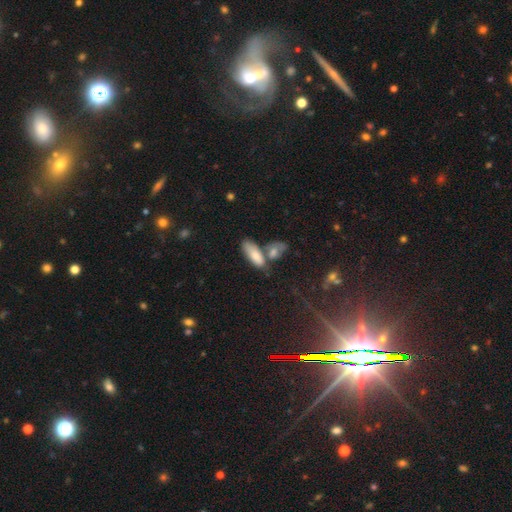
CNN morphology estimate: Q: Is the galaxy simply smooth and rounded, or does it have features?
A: smooth — 76%.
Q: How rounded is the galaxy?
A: in between — 74%.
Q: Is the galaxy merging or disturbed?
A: none — 41%.